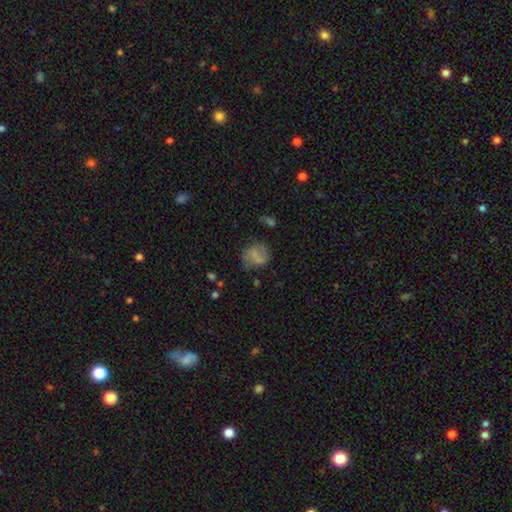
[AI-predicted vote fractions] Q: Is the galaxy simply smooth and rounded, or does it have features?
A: smooth — 59%.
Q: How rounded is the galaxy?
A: round — 66%.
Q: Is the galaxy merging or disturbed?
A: none — 62%.